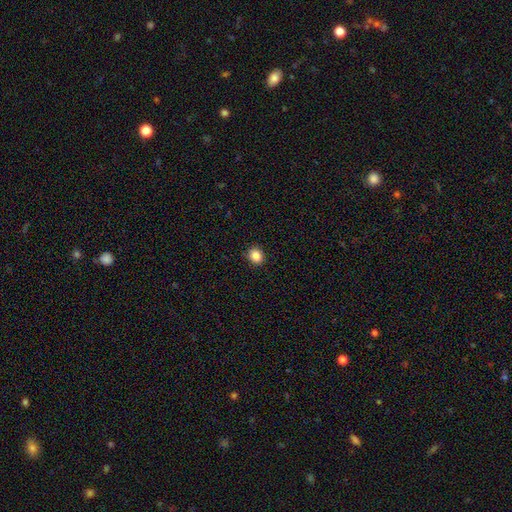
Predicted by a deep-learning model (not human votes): Q: Smooth or featured?
A: smooth (86%); runner-up: star or artifact (10%)
Q: How rounded?
A: round (72%); runner-up: in between (27%)
Q: Merging?
A: none (91%); runner-up: minor disturbance (7%)